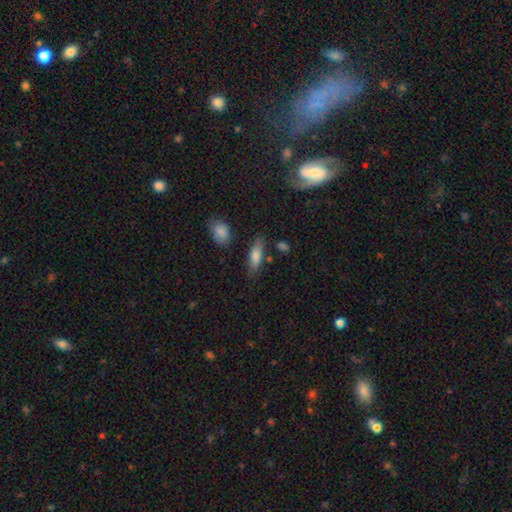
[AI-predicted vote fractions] A smooth galaxy with no disk features (78%) that is in between round and cigar-shaped (59%). Merging: none (76%).